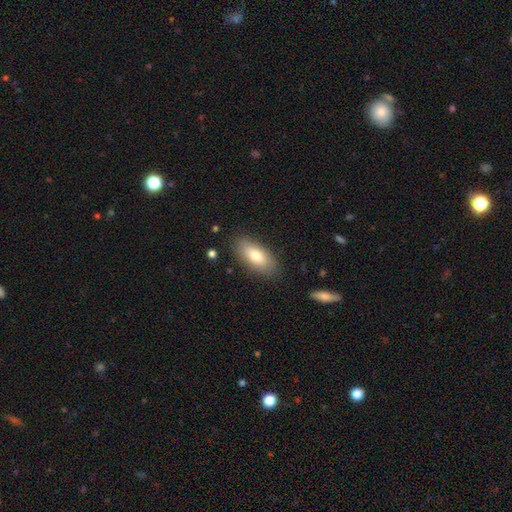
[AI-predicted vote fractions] Q: Smooth or featured?
A: smooth (76%); runner-up: featured or disk (17%)
Q: How rounded?
A: in between (88%); runner-up: cigar-shaped (9%)
Q: Merging?
A: none (84%); runner-up: minor disturbance (12%)